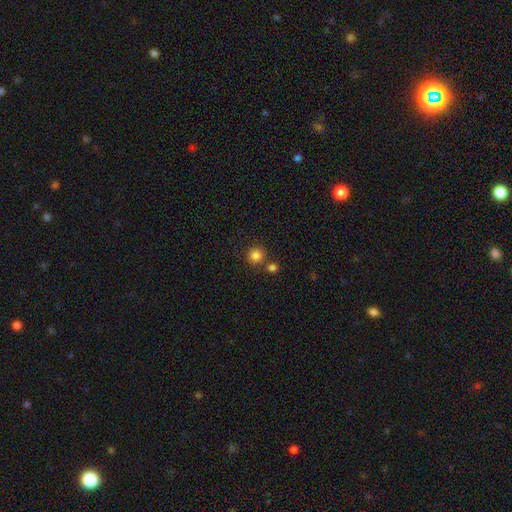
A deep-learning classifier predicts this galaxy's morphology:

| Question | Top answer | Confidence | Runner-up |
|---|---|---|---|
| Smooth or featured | smooth | 84% | star or artifact (12%) |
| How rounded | round | 94% | in between (5%) |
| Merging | none | 75% | merger (15%) |